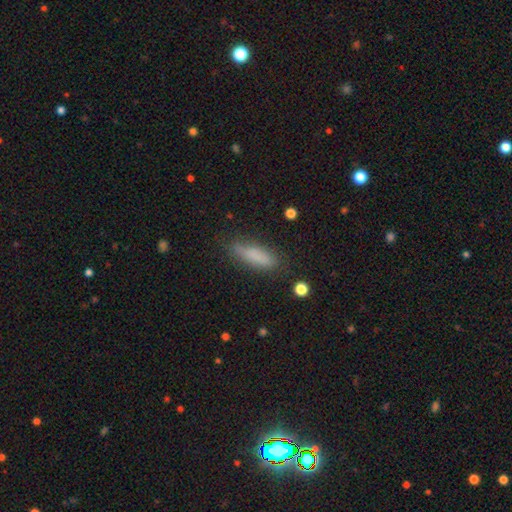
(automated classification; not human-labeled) Smooth or featured?
  - smooth: 81% *
  - featured or disk: 12%
  - star or artifact: 8%
How rounded?
  - cigar-shaped: 57% *
  - in between: 41%
  - round: 2%
Merging?
  - none: 76% *
  - minor disturbance: 18%
  - major disturbance: 5%
  - merger: 2%